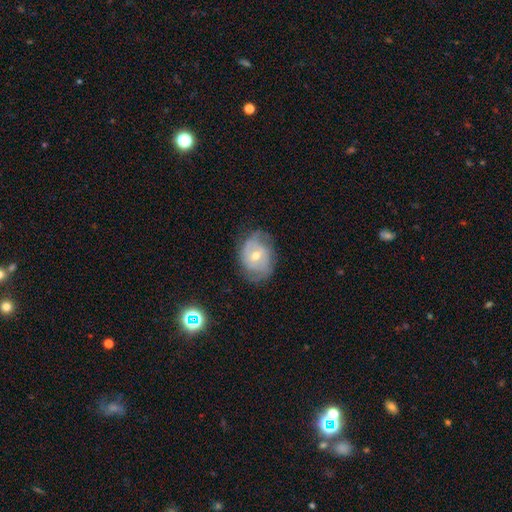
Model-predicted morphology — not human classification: The model was most divided on "spiral winding": tight: 46%, medium: 38%, loose: 16%. Remaining: edge-on disk — no (96%); spiral arms — yes (83%); smooth or featured — featured or disk (69%); merging — none (65%); bar — no (63%); bulge size — moderate (56%); spiral arm count — 2 (47%).